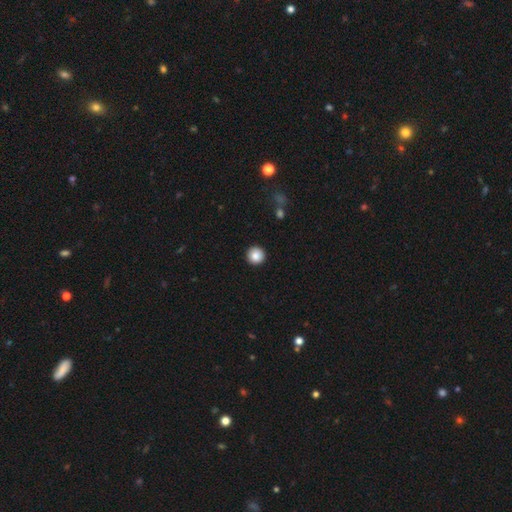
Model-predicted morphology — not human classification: The model was most divided on "smooth or featured": smooth: 87%, star or artifact: 9%, featured or disk: 4%. More confident: how rounded — round (96%); merging — none (93%).